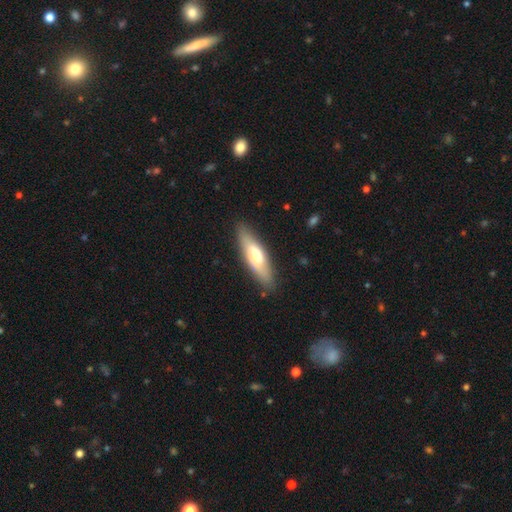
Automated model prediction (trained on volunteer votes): smooth-or-featured: smooth: 61% | featured or disk: 34% | star or artifact: 5%
  how-rounded: cigar-shaped: 60% | in between: 38% | round: 2%
  merging: none: 85% | minor disturbance: 11% | major disturbance: 2% | merger: 1%